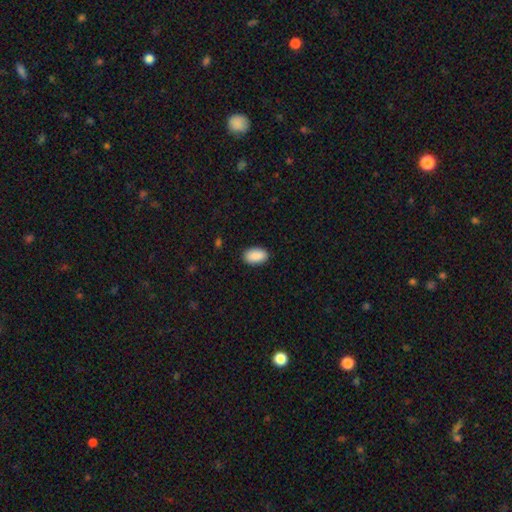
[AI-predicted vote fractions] Smooth or featured: smooth — 91% (star or artifact — 6%)
How rounded: in between — 94% (round — 5%)
Merging: none — 89% (minor disturbance — 9%)